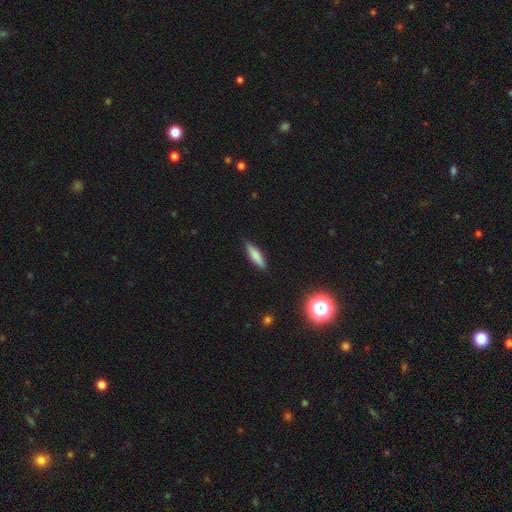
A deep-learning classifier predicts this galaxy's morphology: This appears to be a smooth galaxy with no disk features (78%) that is cigar-shaped (67%). Merging: none (85%).